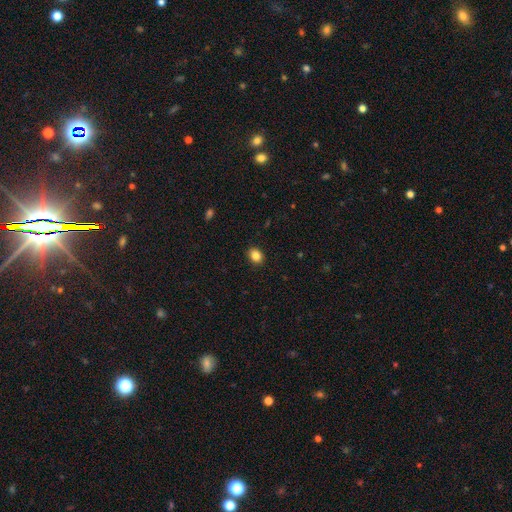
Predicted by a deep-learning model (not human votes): smooth 85%, star or artifact 10%, featured or disk 5%. Down the decision tree: how rounded — in between (53%); merging — none (90%).